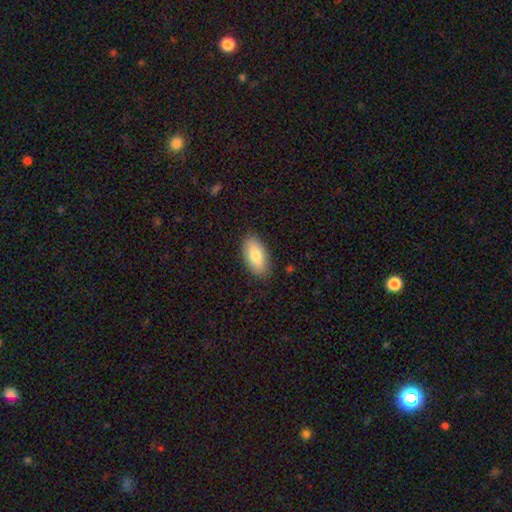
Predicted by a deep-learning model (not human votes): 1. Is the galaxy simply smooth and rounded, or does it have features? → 80% smooth, 14% featured or disk, 6% star or artifact.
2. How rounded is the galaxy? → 91% in between, 6% cigar-shaped, 3% round.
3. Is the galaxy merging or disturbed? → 86% none, 10% minor disturbance, 2% major disturbance, 1% merger.